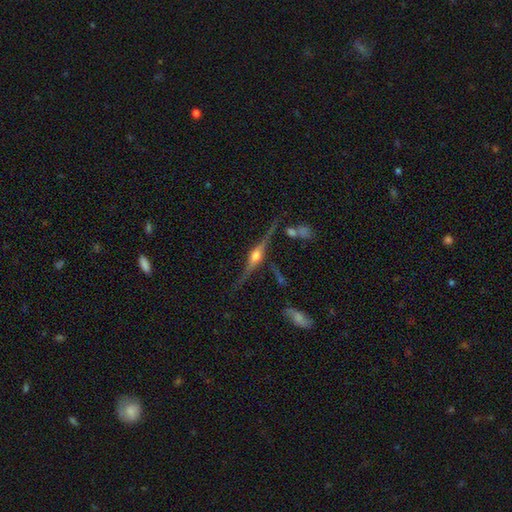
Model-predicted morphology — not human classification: Overall: featured or disk (83%). Edge-on disk: yes (96%). Edge-on bulge: rounded (92%). Merging: none (79%).